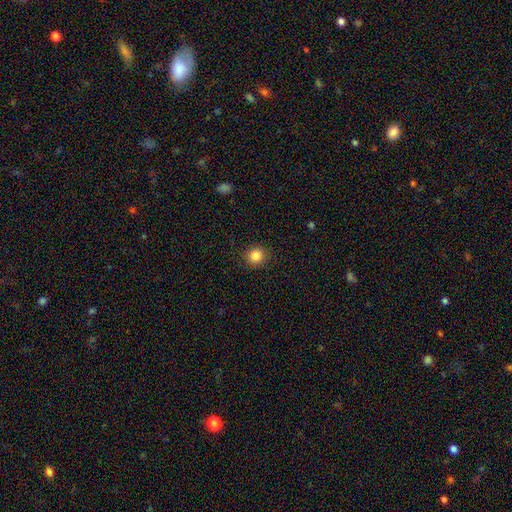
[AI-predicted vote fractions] smooth 85%, star or artifact 11%, featured or disk 5%. Down the decision tree: how rounded — round (89%); merging — none (90%).